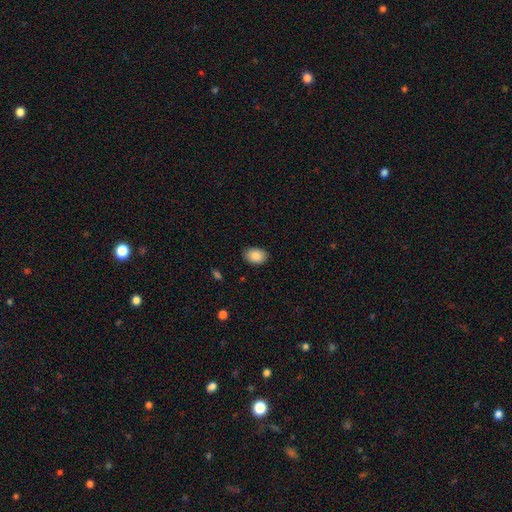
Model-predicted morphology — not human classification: Smooth or featured? smooth (88%)
How rounded? in between (80%)
Merging? none (88%)